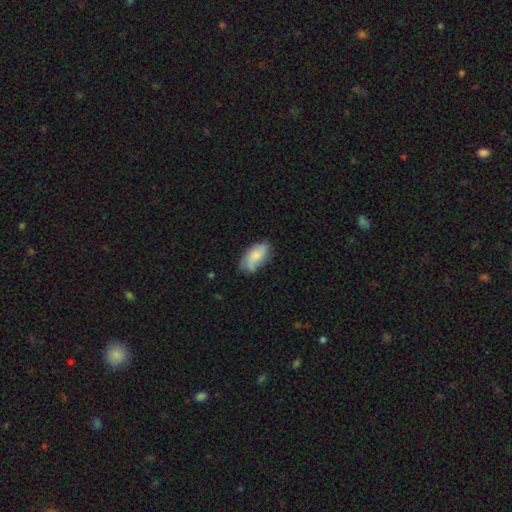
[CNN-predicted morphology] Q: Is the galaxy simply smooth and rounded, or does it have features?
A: smooth — 69%.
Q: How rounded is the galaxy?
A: in between — 92%.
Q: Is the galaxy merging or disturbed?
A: none — 58%.